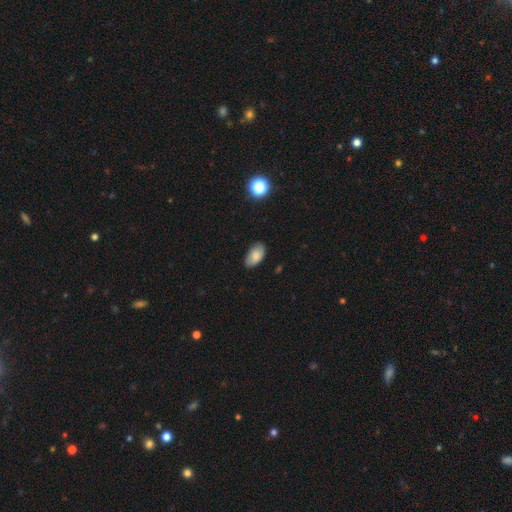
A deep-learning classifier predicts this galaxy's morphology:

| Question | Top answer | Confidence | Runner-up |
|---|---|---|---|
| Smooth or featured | smooth | 81% | featured or disk (11%) |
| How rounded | in between | 94% | round (4%) |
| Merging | none | 78% | minor disturbance (18%) |